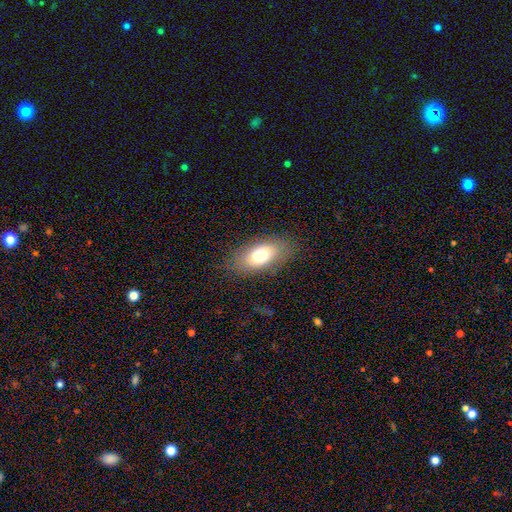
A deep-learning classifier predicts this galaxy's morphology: This is likely a smooth galaxy (72%). How rounded: clearly in between (87%). Merging: clearly none (82%).